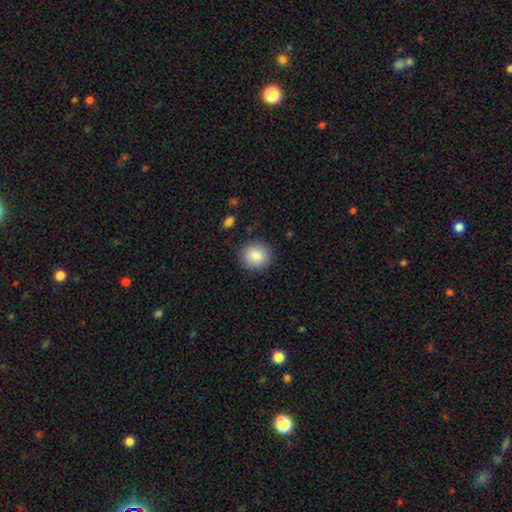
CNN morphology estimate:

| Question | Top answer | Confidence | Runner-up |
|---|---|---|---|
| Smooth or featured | smooth | 85% | star or artifact (8%) |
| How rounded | round | 84% | in between (15%) |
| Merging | none | 88% | minor disturbance (8%) |